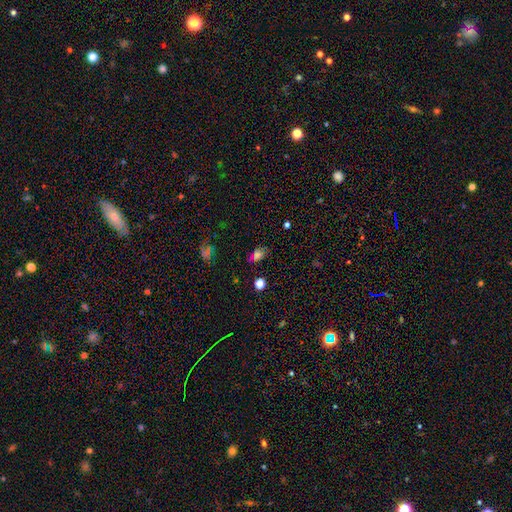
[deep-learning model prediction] Smooth or featured? smooth (65%)
How rounded? in between (78%)
Merging? none (70%)